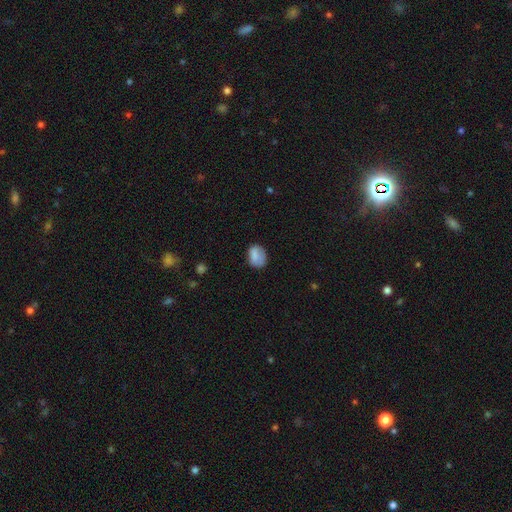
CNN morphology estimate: Smooth or featured: smooth — 79% (featured or disk — 13%)
How rounded: in between — 67% (round — 32%)
Merging: none — 61% (minor disturbance — 27%)